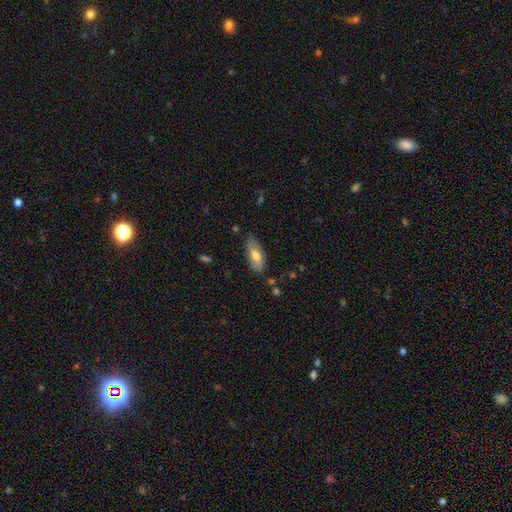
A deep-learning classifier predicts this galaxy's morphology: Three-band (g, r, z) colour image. It shows a smooth galaxy with no disk features (68%) that is in between round and cigar-shaped (84%). Merging: none (78%).